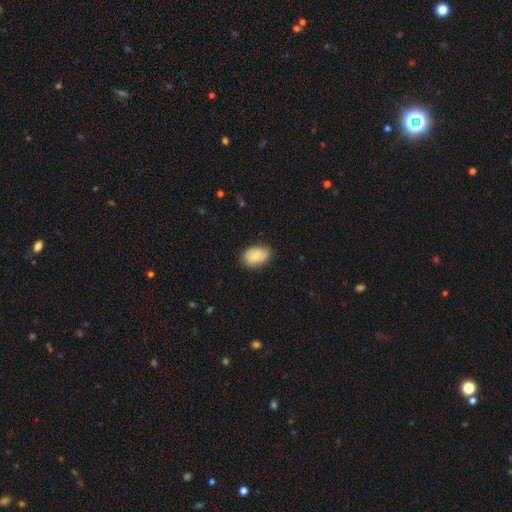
Smooth or featured?
  - smooth: 85% *
  - featured or disk: 8%
  - star or artifact: 8%
How rounded?
  - in between: 91% *
  - round: 9%
  - cigar-shaped: 0%
Merging?
  - none: 84% *
  - minor disturbance: 11%
  - major disturbance: 5%
  - merger: 0%